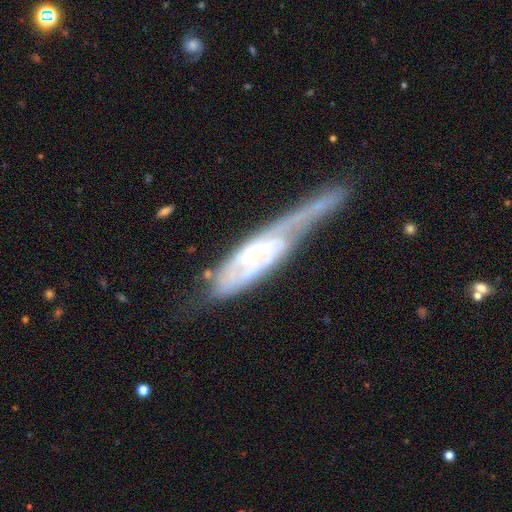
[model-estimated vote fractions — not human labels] Q: Smooth or featured?
A: featured or disk (75%); runner-up: smooth (18%)
Q: Edge-on disk?
A: no (69%); runner-up: yes (31%)
Q: Bar?
A: no (59%); runner-up: weak (30%)
Q: Spiral arms?
A: yes (83%); runner-up: no (17%)
Q: Bulge size?
A: small (55%); runner-up: moderate (26%)
Q: Merging?
A: none (40%); runner-up: minor disturbance (30%)